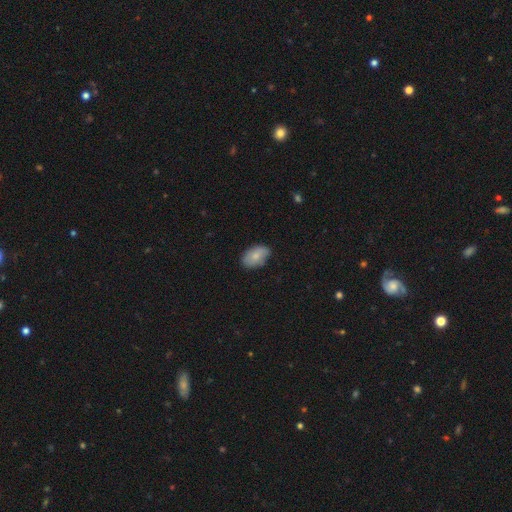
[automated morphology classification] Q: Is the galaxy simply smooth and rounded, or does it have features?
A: smooth — 79%.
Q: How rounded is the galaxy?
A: in between — 90%.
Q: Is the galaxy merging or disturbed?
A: none — 77%.